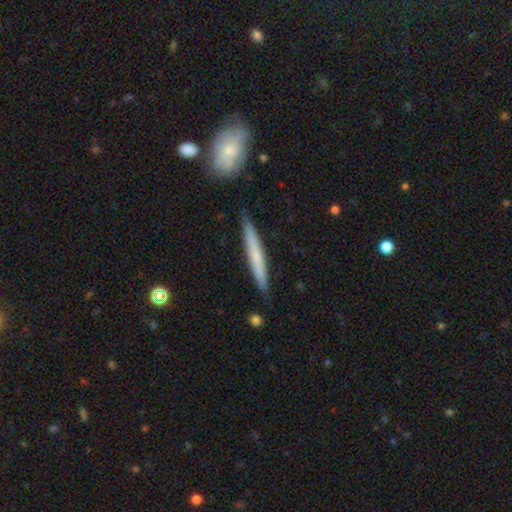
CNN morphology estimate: A smooth galaxy with no disk features (58%) that is cigar-shaped (96%).

Vote fractions:
- Smooth or featured? smooth: 58% / featured or disk: 36% / star or artifact: 6%
- How rounded? cigar-shaped: 96% / in between: 3% / round: 1%
- Merging? none: 88% / minor disturbance: 9% / merger: 2% / major disturbance: 2%